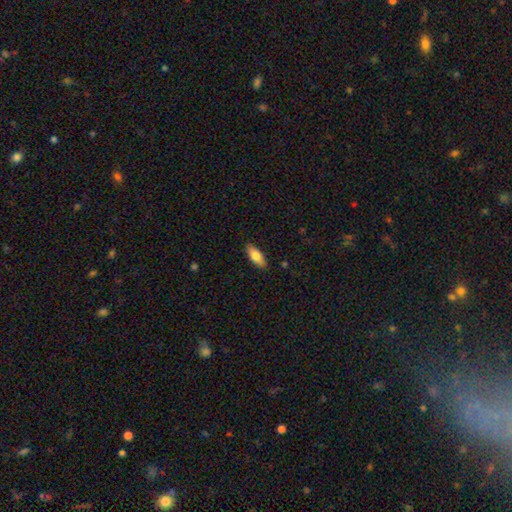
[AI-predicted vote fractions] Smooth or featured?
  - smooth: 76% *
  - featured or disk: 18%
  - star or artifact: 6%
How rounded?
  - in between: 79% *
  - cigar-shaped: 18%
  - round: 2%
Merging?
  - none: 87% *
  - minor disturbance: 10%
  - major disturbance: 2%
  - merger: 1%